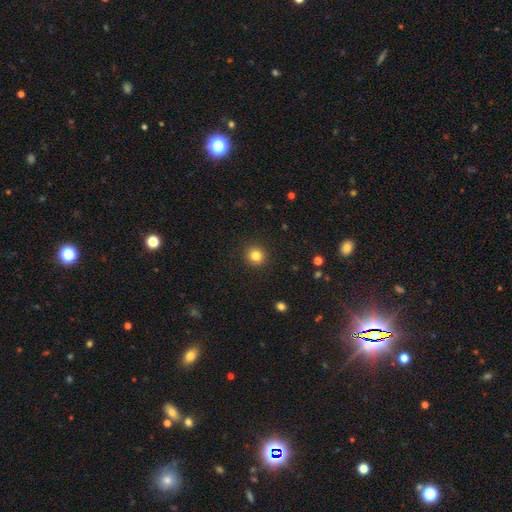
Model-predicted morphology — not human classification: The model was most divided on "smooth or featured": smooth: 83%, star or artifact: 12%, featured or disk: 5%. More confident: merging — none (91%); how rounded — round (90%).